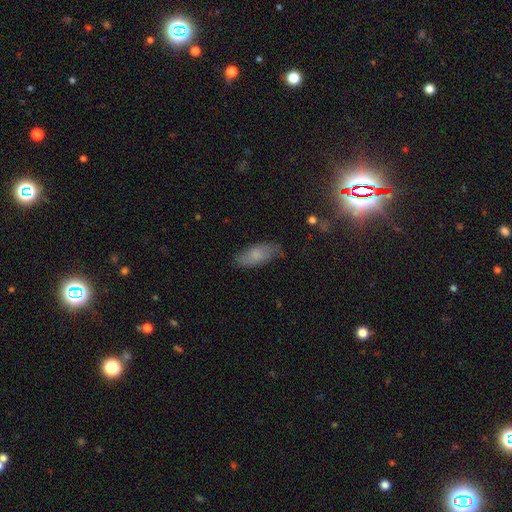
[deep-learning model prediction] A smooth galaxy with no disk features (72%) that is in between round and cigar-shaped (80%).

Vote fractions:
- Smooth or featured? smooth: 72% / featured or disk: 20% / star or artifact: 8%
- How rounded? in between: 80% / cigar-shaped: 18% / round: 3%
- Merging? none: 78% / minor disturbance: 16% / major disturbance: 4% / merger: 1%